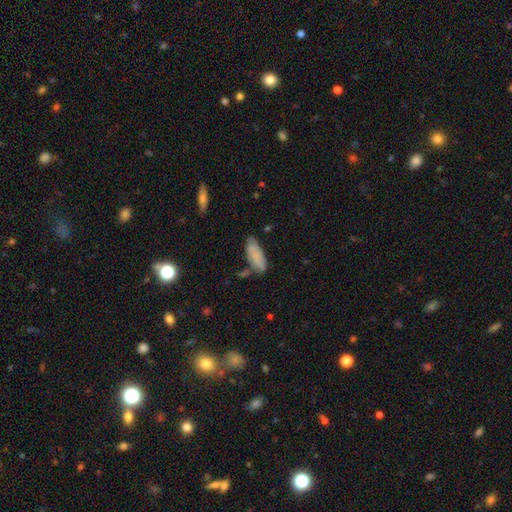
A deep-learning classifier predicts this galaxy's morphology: Smooth or featured? Predicted: smooth (p=0.79). How rounded? Predicted: in between (p=0.78). Merging? Predicted: none (p=0.60).